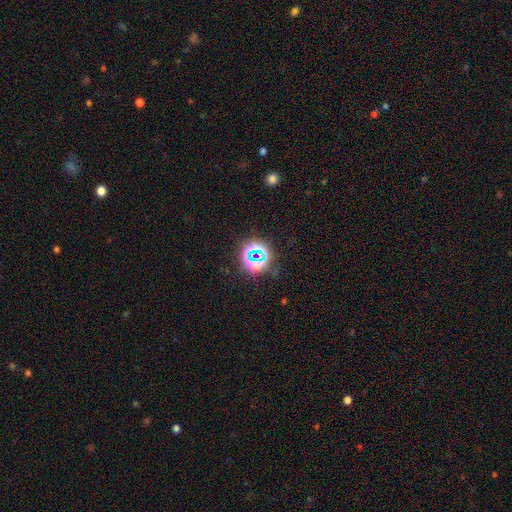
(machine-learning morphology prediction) Overall: star or artifact (72%).